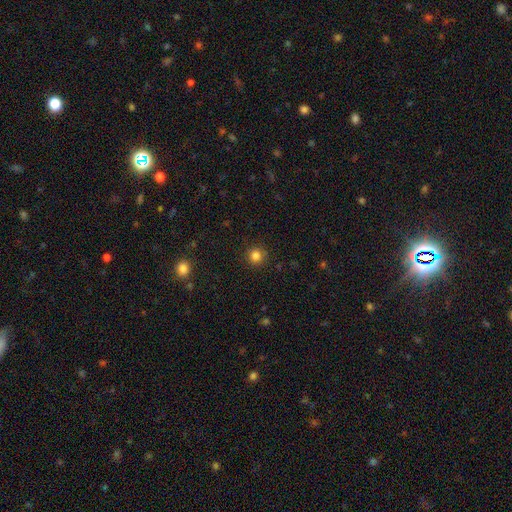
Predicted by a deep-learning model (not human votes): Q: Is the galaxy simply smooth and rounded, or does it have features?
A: smooth — 83%.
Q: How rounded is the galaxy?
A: round — 94%.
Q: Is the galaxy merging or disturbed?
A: none — 91%.